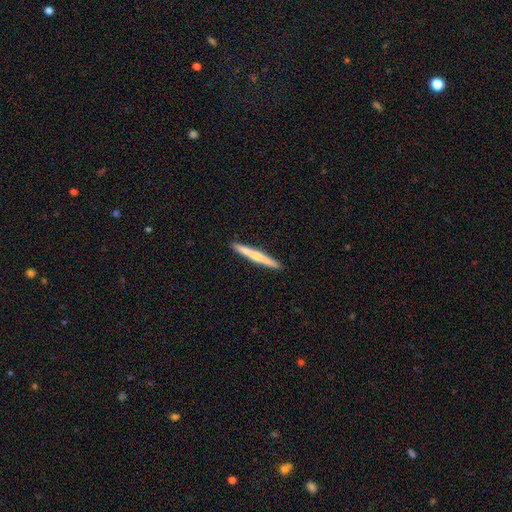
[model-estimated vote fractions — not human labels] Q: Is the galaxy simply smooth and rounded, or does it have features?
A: smooth — 49%.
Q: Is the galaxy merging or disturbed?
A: none — 93%.